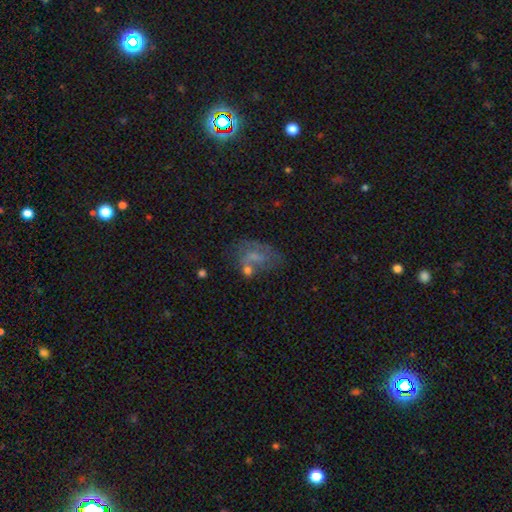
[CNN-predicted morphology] This is marginally a smooth galaxy (45%). Merging: marginally none (40%).